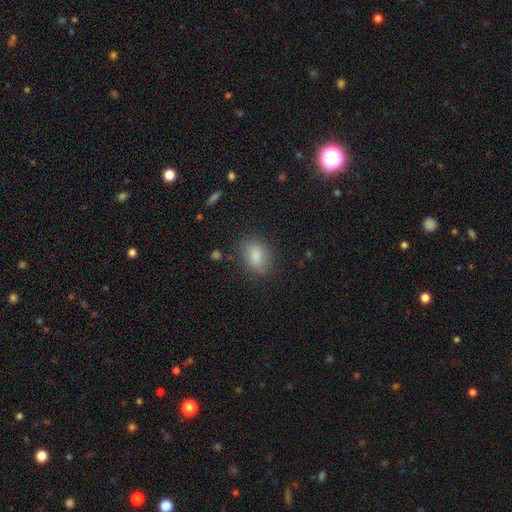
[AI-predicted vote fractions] Morphology: type=smooth (85%); roundness=in between (73%); merging=none (82%).